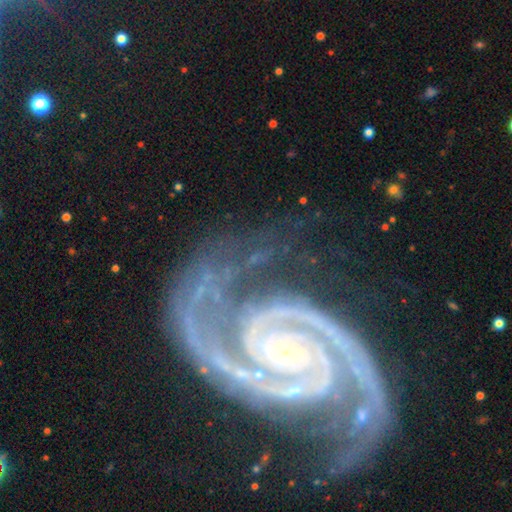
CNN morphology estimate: Smooth or featured? featured or disk (93%)
Edge-on disk? no (98%)
Bar? no (69%)
Spiral arms? yes (99%)
Spiral winding? tight (63%)
Spiral arm count? 2 (88%)
Bulge size? small (86%)
Merging? none (62%)